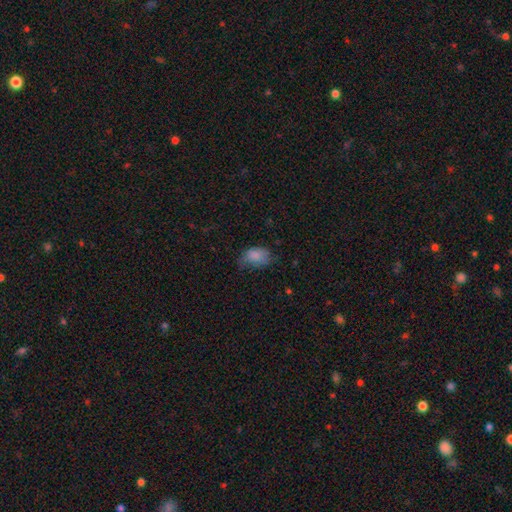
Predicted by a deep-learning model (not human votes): This is clearly a smooth galaxy (81%). How rounded: clearly in between (85%). Merging: marginally none (40%).